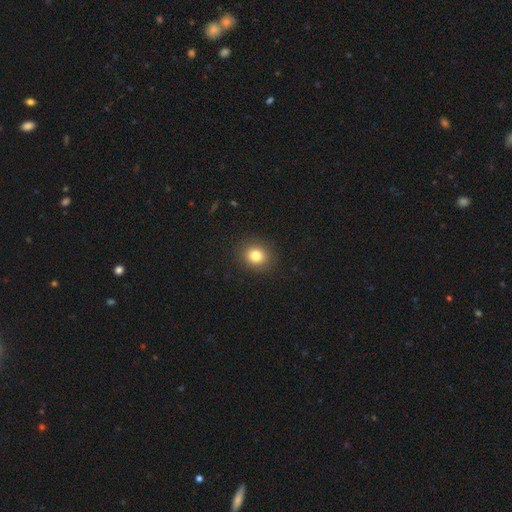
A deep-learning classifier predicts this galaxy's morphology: This appears to be a smooth galaxy with no disk features (81%) that is round (79%). Merging: none (90%).